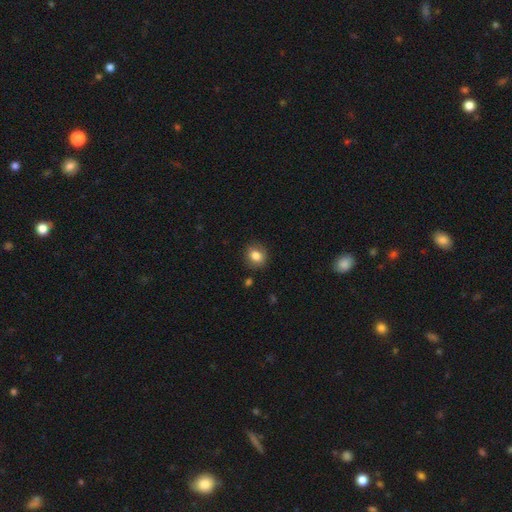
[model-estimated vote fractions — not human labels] smooth-or-featured: smooth: 82% | star or artifact: 9% | featured or disk: 8%
  how-rounded: round: 66% | in between: 33% | cigar-shaped: 1%
  merging: none: 85% | minor disturbance: 10% | major disturbance: 3% | merger: 2%